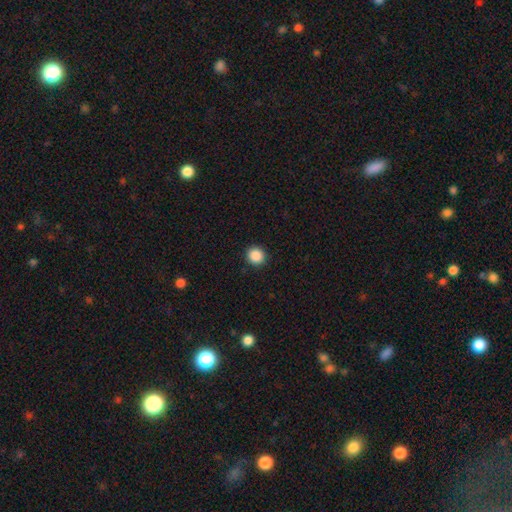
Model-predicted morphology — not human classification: Smooth or featured? Predicted: smooth (p=0.88). How rounded? Predicted: round (p=0.92). Merging? Predicted: none (p=0.92).